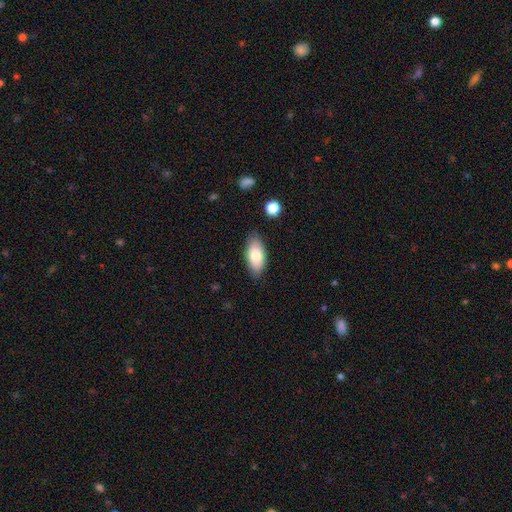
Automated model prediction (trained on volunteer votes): smooth 77%, featured or disk 16%, star or artifact 6%. Down the decision tree: how rounded — in between (91%); merging — none (82%).